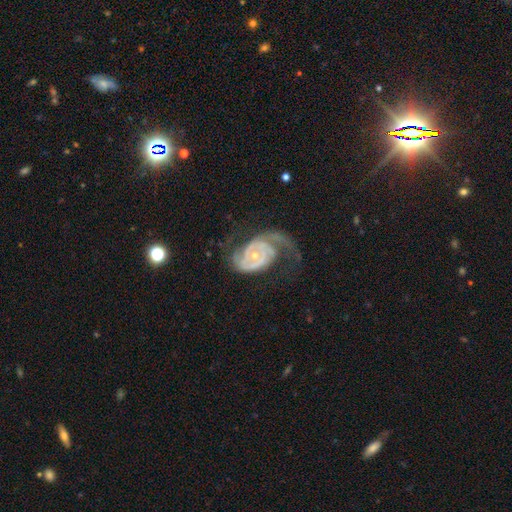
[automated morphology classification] This is clearly a featured or disk galaxy (89%). It is clearly not viewed edge-on (97%). Bar: possibly no (57%). Spiral arm pattern: clearly yes (95%). Spiral arm count: likely 2 (66%). Spiral winding: marginally tight (43%). Central bulge: likely small (62%). Merging: marginally none (44%).